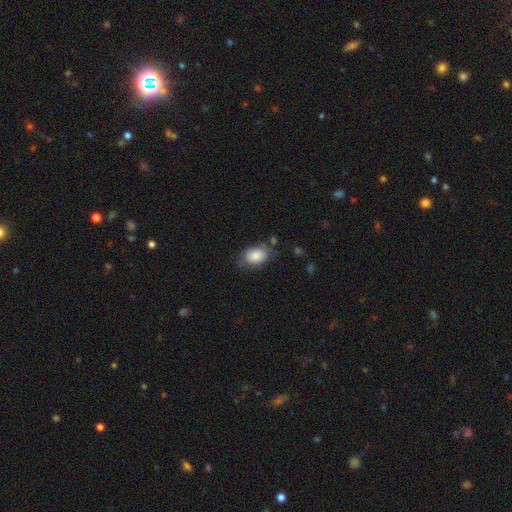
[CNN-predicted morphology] Smooth or featured? Predicted: smooth (p=0.84). How rounded? Predicted: in between (p=0.83). Merging? Predicted: none (p=0.65).